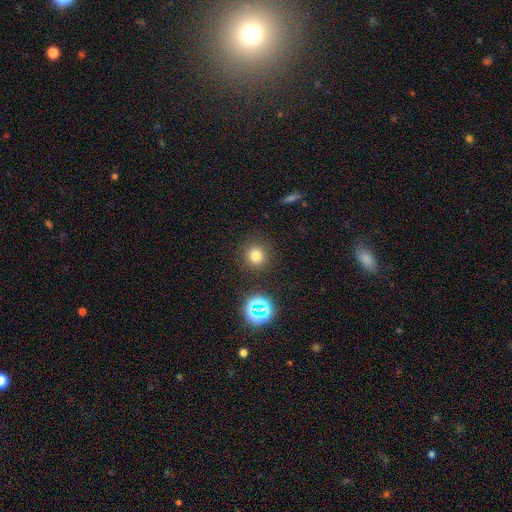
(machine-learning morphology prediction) This appears to be a smooth galaxy with no disk features (74%) that is round (93%). Merging: none (88%).